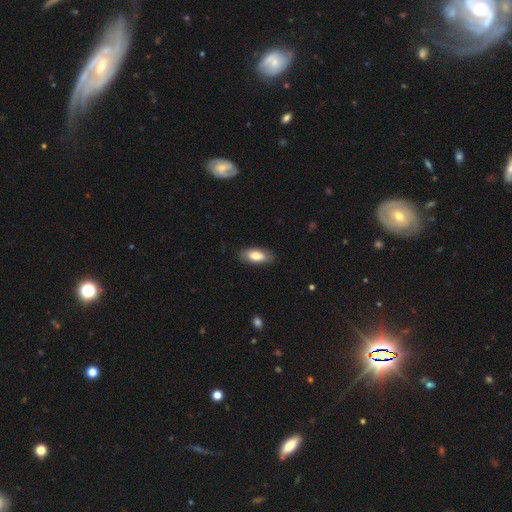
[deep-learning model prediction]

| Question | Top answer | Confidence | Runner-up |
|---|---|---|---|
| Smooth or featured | smooth | 80% | featured or disk (14%) |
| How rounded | in between | 86% | cigar-shaped (11%) |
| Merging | none | 85% | minor disturbance (11%) |